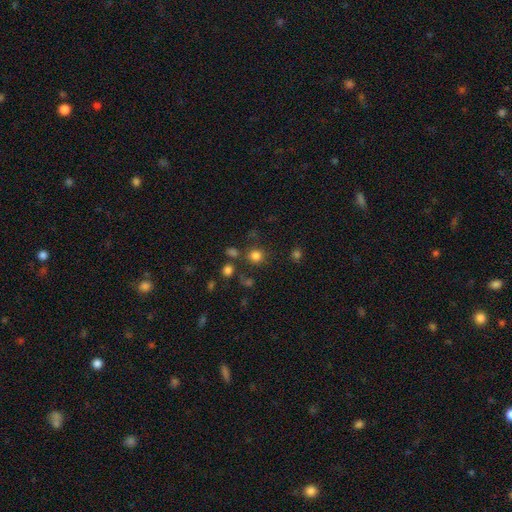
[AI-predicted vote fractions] This is likely a smooth galaxy (79%). How rounded: clearly round (89%). Merging: likely none (77%).